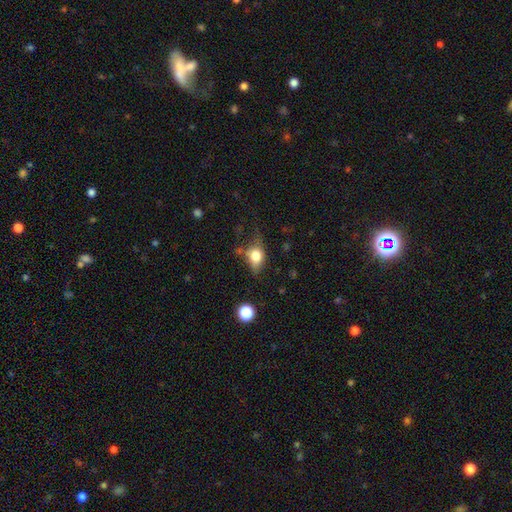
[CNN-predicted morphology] Smooth or featured? smooth (73%)
How rounded? in between (64%)
Merging? none (51%)